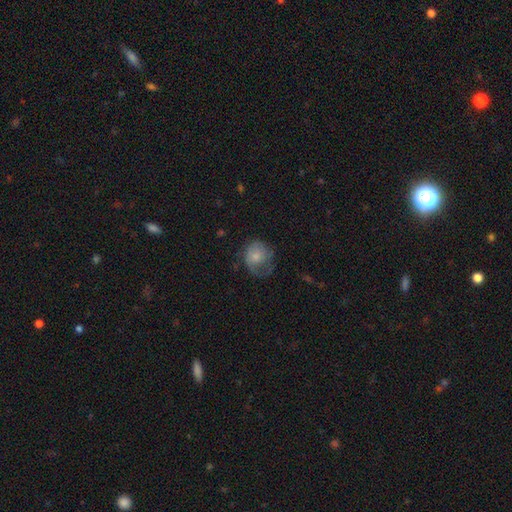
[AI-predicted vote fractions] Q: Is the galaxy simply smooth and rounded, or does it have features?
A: smooth — 63%.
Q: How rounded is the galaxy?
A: round — 69%.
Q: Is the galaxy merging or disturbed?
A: none — 40%.